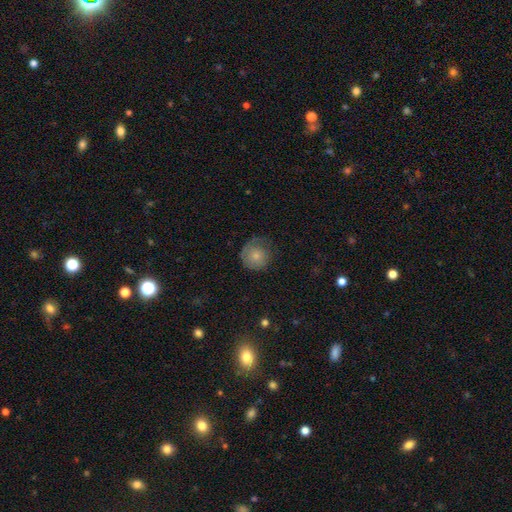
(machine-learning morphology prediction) This is likely a smooth galaxy (70%). How rounded: clearly round (91%). Merging: possibly none (59%).